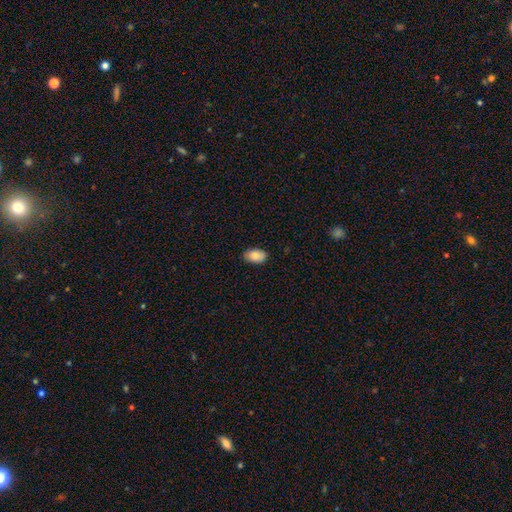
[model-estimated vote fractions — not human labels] This is clearly a smooth galaxy (86%). How rounded: clearly in between (91%). Merging: clearly none (86%).